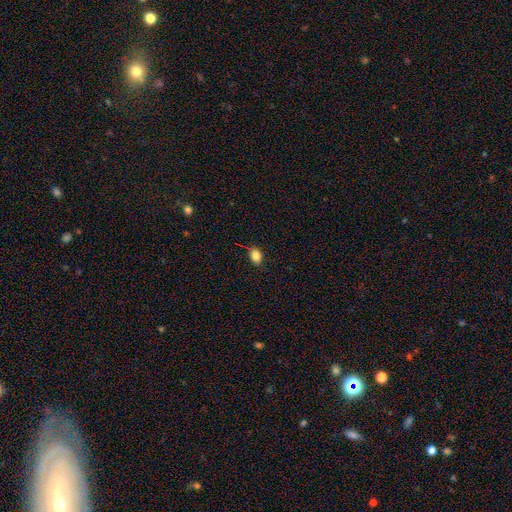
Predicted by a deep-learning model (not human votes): This is clearly a smooth galaxy (83%). How rounded: likely in between (76%). Merging: clearly none (82%).